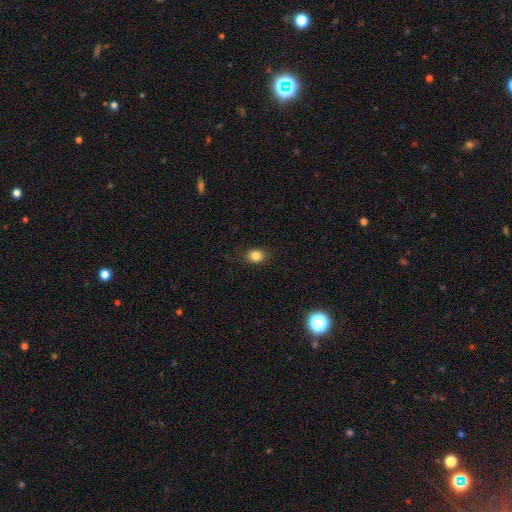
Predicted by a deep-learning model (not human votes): A smooth galaxy with no disk features (83%) that is round (58%). Merging: none (86%).